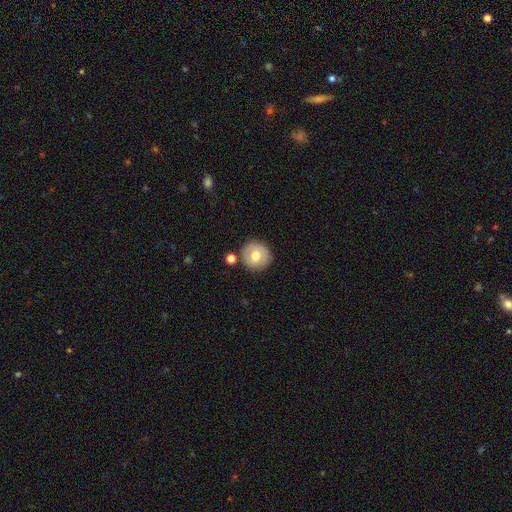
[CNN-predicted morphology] A smooth galaxy with no disk features (69%) that is round (93%).

Vote fractions:
- Smooth or featured? smooth: 69% / featured or disk: 22% / star or artifact: 8%
- How rounded? round: 93% / in between: 6% / cigar-shaped: 1%
- Merging? none: 83% / minor disturbance: 9% / merger: 6% / major disturbance: 3%